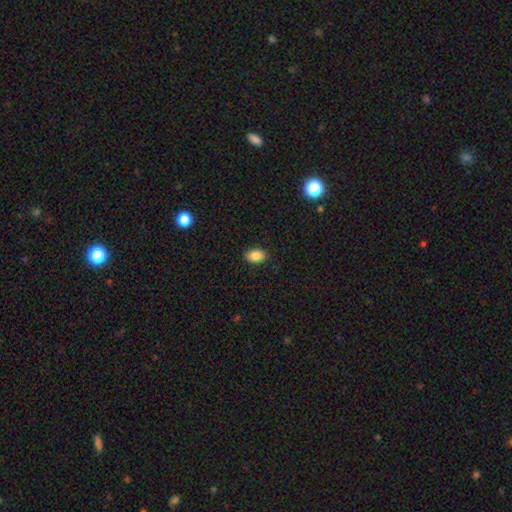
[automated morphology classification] This is clearly a smooth galaxy (86%). How rounded: clearly in between (84%). Merging: clearly none (88%).